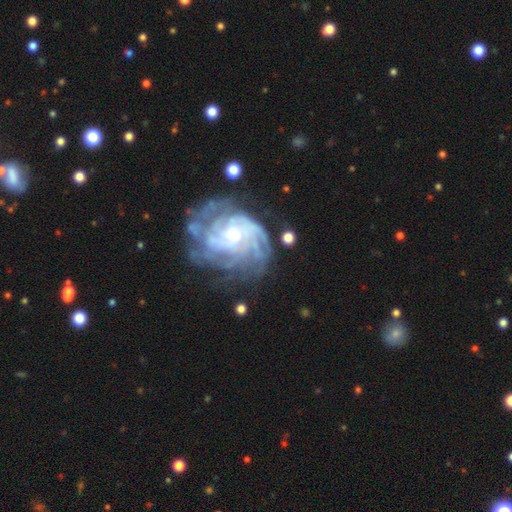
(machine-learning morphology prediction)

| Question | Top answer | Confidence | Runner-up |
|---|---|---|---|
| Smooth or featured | featured or disk | 85% | star or artifact (8%) |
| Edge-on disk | no | 97% | yes (3%) |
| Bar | no | 61% | weak (30%) |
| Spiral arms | yes | 94% | no (6%) |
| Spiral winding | tight | 66% | medium (28%) |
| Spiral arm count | can't tell | 36% | 4 (17%) |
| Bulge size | small | 54% | moderate (38%) |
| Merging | none | 67% | minor disturbance (18%) |